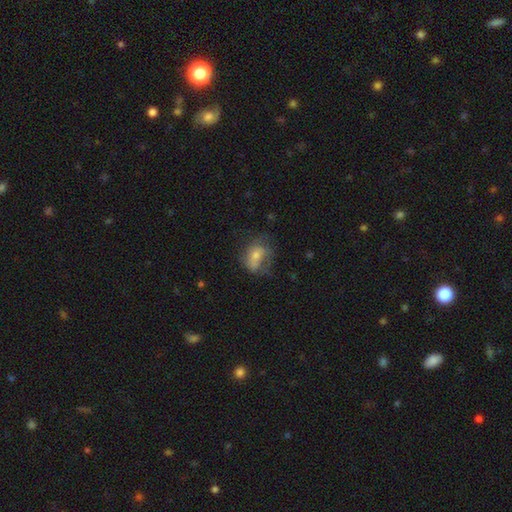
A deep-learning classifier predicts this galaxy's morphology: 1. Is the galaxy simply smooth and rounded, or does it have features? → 50% smooth, 38% featured or disk, 11% star or artifact.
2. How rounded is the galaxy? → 63% in between, 35% round, 2% cigar-shaped.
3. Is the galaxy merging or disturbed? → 44% none, 27% minor disturbance, 24% major disturbance, 4% merger.